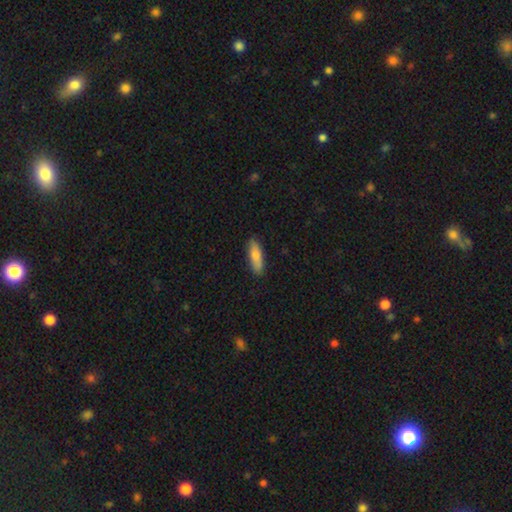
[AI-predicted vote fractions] smooth-or-featured: smooth: 81% | featured or disk: 13% | star or artifact: 6%
  how-rounded: cigar-shaped: 49% (tied) | in between: 49% (tied) | round: 2%
  merging: none: 85% | minor disturbance: 12% | major disturbance: 2% | merger: 1%